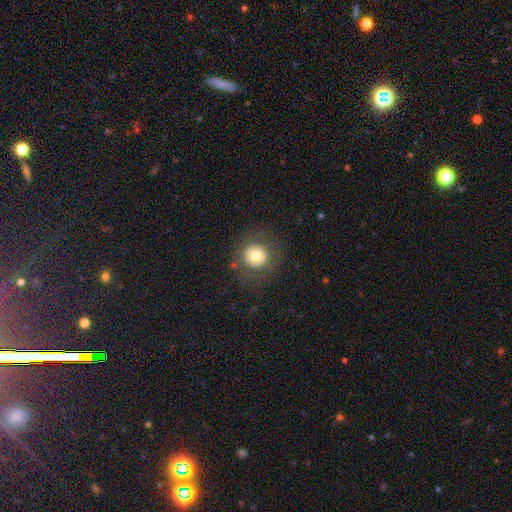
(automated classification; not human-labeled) Overall: smooth (72%). How rounded: round (94%). Merging: none (84%).